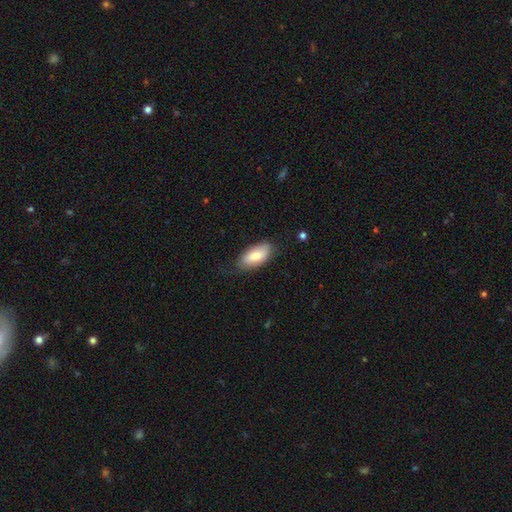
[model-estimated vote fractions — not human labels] Smooth or featured? Predicted: smooth (p=0.77). How rounded? Predicted: in between (p=0.91). Merging? Predicted: none (p=0.75).